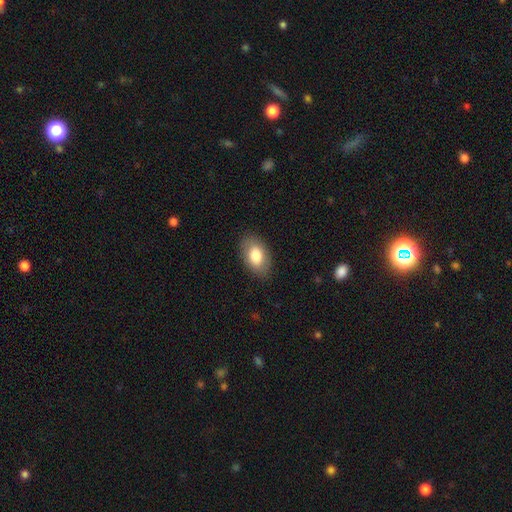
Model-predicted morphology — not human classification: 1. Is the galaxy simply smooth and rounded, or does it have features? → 80% smooth, 14% featured or disk, 7% star or artifact.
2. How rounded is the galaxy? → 92% in between, 7% round, 1% cigar-shaped.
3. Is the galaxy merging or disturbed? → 85% none, 11% minor disturbance, 3% major disturbance, 1% merger.